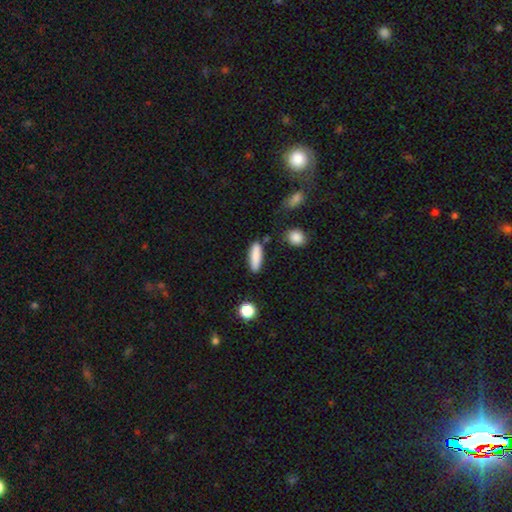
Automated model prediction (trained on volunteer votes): Morphology: type=smooth (86%); roundness=cigar-shaped (58%); merging=none (82%).